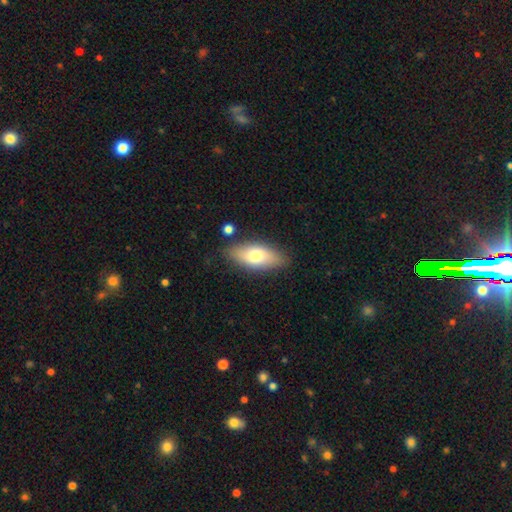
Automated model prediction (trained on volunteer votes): This is likely a smooth galaxy (70%). How rounded: likely in between (79%). Merging: clearly none (82%).